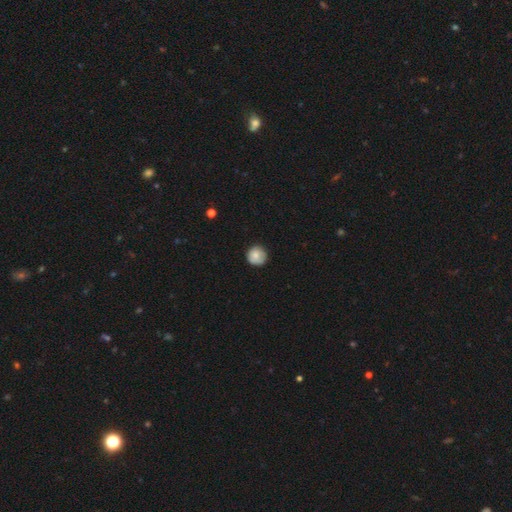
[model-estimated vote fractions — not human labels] Overall: smooth (81%). How rounded: round (94%). Merging: none (83%).